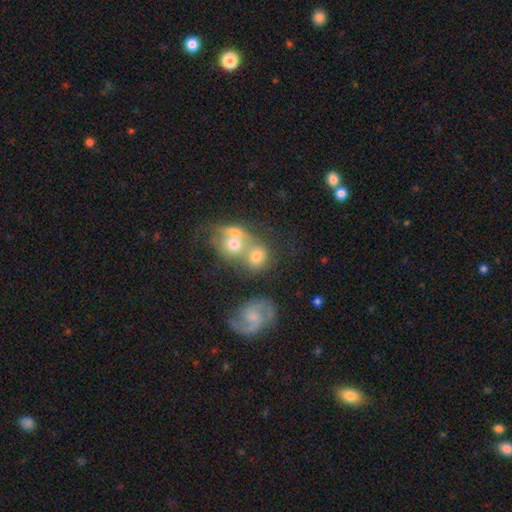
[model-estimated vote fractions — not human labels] Q: Smooth or featured?
A: smooth (47%); runner-up: featured or disk (39%)
Q: Merging?
A: merger (55%); runner-up: none (28%)